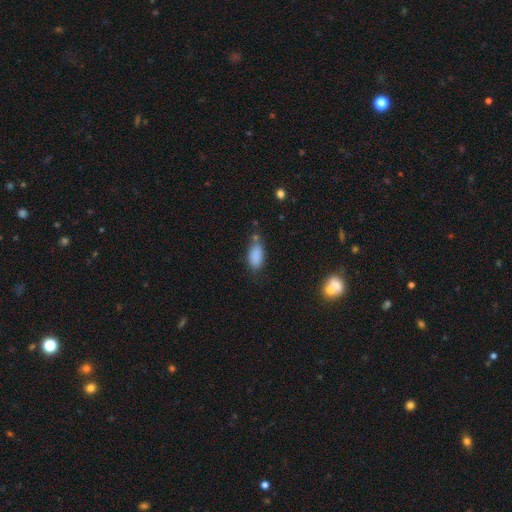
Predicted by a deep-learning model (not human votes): This appears to be a smooth galaxy with no disk features (85%) that is in between round and cigar-shaped (89%). Merging: none (57%).